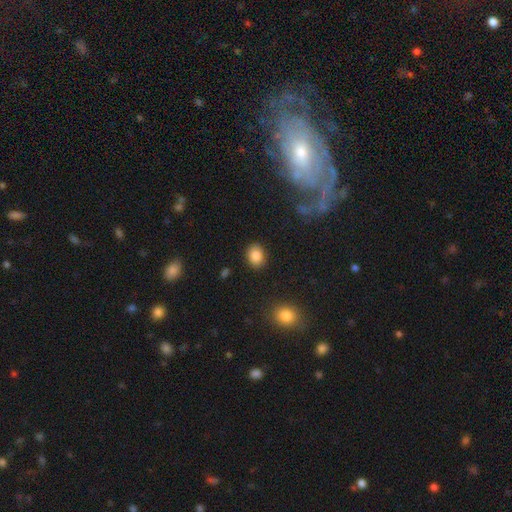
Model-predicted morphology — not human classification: Overall: smooth (85%). How rounded: in between (56%; round 43%). Merging: none (87%).